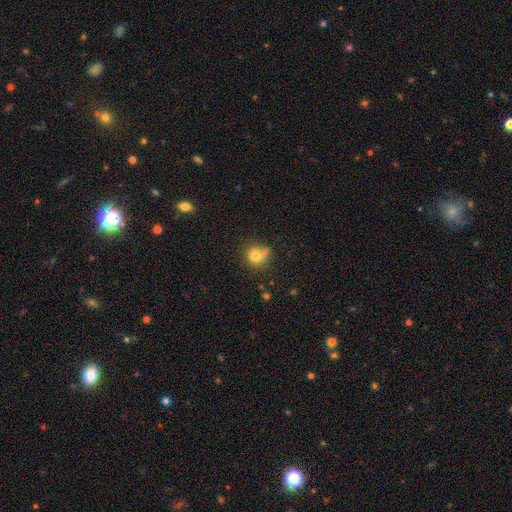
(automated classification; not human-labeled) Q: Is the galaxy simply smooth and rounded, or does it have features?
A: smooth — 77%.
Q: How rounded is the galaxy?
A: round — 84%.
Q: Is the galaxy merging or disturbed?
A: none — 55%.